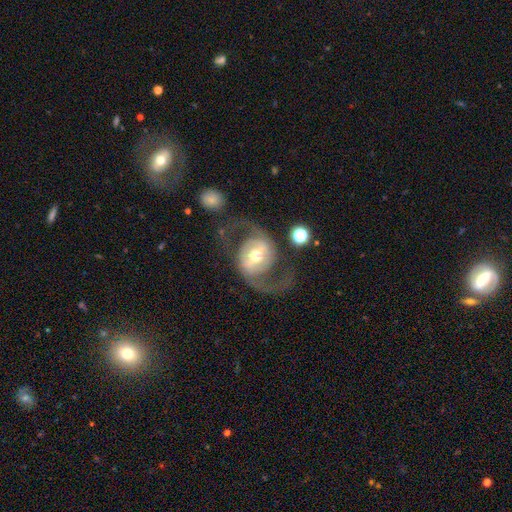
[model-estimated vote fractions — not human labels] Q: Smooth or featured?
A: featured or disk (84%); runner-up: smooth (11%)
Q: Edge-on disk?
A: no (96%); runner-up: yes (4%)
Q: Bar?
A: weak (37%); tied with: strong (37%)
Q: Spiral arms?
A: yes (87%); runner-up: no (13%)
Q: Spiral winding?
A: medium (49%); runner-up: loose (38%)
Q: Spiral arm count?
A: 2 (91%); runner-up: can't tell (4%)
Q: Bulge size?
A: moderate (67%); runner-up: small (22%)
Q: Merging?
A: none (70%); runner-up: major disturbance (15%)